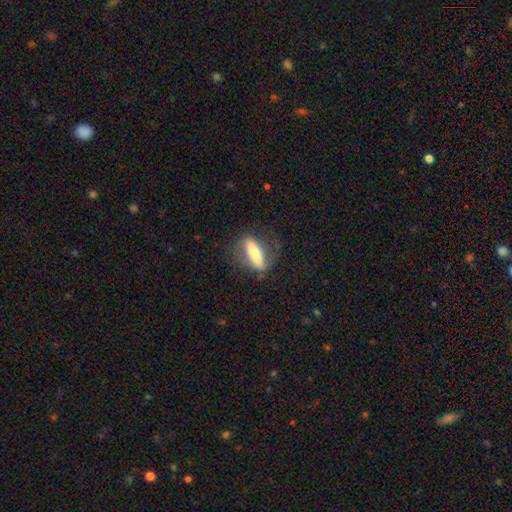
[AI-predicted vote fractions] A smooth galaxy with no disk features (52%) that is cigar-shaped (54%).

Vote fractions:
- Smooth or featured? smooth: 52% / featured or disk: 42% / star or artifact: 7%
- How rounded? cigar-shaped: 54% / in between: 43% / round: 3%
- Merging? none: 65% / minor disturbance: 20% / major disturbance: 13% / merger: 2%